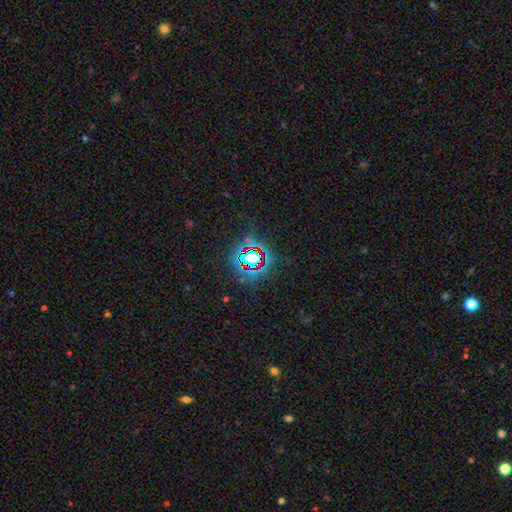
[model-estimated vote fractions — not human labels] Q: Smooth or featured?
A: star or artifact (73%); runner-up: smooth (16%)